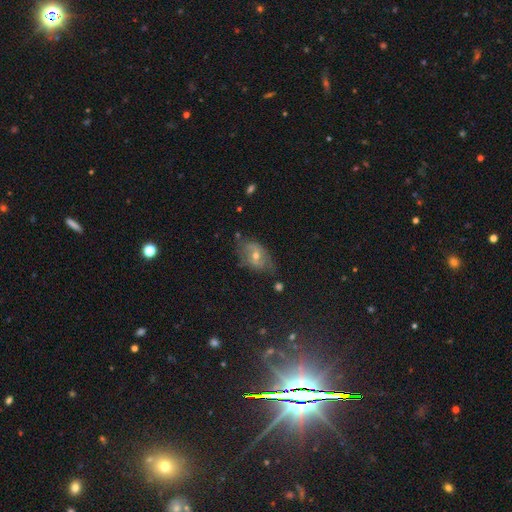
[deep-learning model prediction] Smooth or featured: featured or disk — 48% (smooth — 30%)
Merging: none — 61% (minor disturbance — 26%)